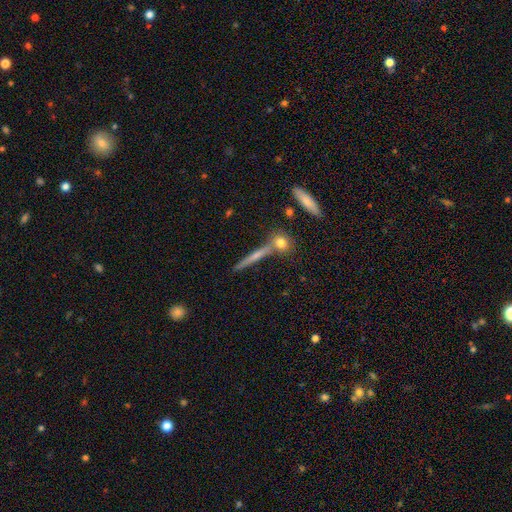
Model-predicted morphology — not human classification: smooth 52%, featured or disk 40%, star or artifact 8%. Down the decision tree: how rounded — cigar-shaped (89%); merging — none (74%).